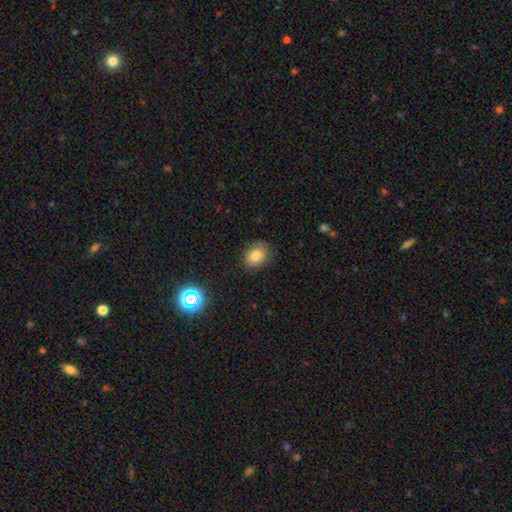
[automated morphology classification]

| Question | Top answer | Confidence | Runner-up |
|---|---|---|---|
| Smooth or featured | smooth | 79% | star or artifact (11%) |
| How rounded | round | 51% | in between (49%) |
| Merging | none | 80% | minor disturbance (15%) |